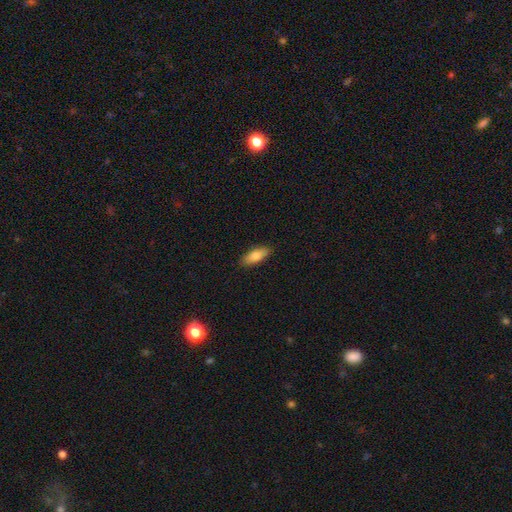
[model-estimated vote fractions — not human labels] smooth-or-featured: smooth: 79% | featured or disk: 15% | star or artifact: 6%
  how-rounded: in between: 77% | cigar-shaped: 20% | round: 2%
  merging: none: 88% | minor disturbance: 9% | major disturbance: 2% | merger: 1%